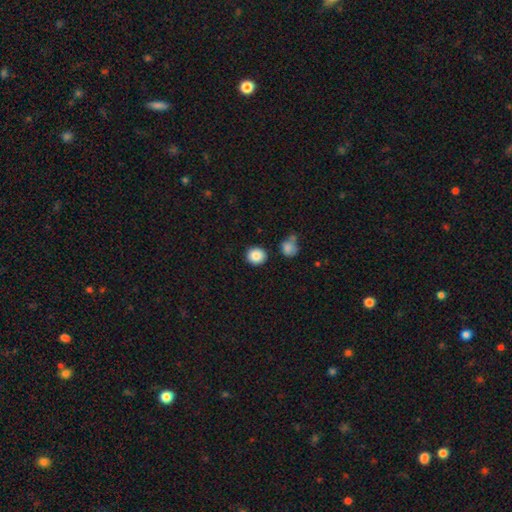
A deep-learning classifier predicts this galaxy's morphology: Q: Smooth or featured?
A: smooth (87%); runner-up: star or artifact (9%)
Q: How rounded?
A: round (87%); runner-up: in between (12%)
Q: Merging?
A: none (87%); runner-up: minor disturbance (7%)